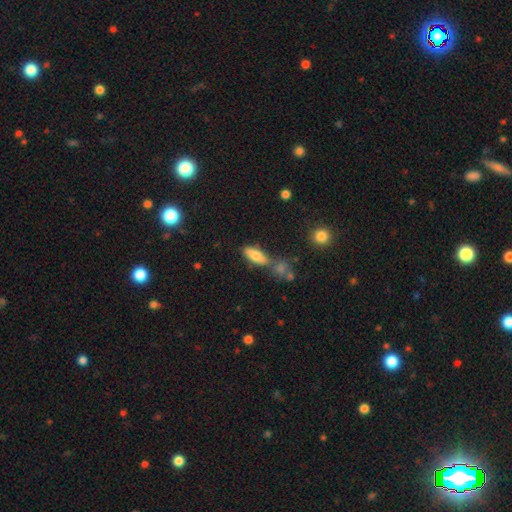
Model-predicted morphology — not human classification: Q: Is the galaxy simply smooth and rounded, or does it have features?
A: smooth — 74%.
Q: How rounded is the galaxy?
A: in between — 70%.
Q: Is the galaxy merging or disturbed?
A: none — 63%.